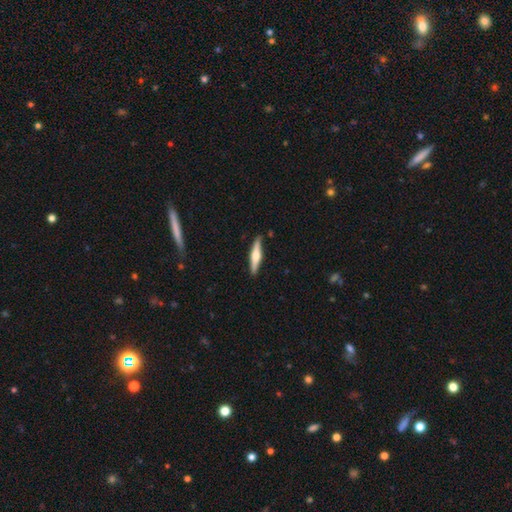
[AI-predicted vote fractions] smooth-or-featured: featured or disk: 60% | smooth: 35% | star or artifact: 5%
  disk-edge-on: yes: 97% | no: 3%
    edge-on-bulge: rounded: 86% | boxy: 10% | none: 4%
  merging: none: 89% | minor disturbance: 8% | major disturbance: 2% | merger: 1%